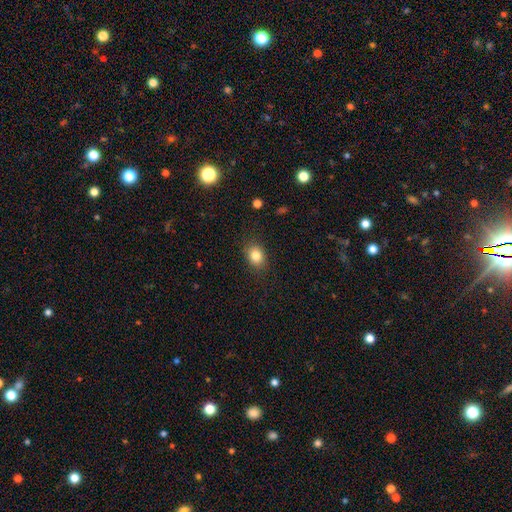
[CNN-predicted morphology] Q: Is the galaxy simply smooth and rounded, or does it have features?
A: smooth — 83%.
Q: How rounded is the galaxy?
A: in between — 58%.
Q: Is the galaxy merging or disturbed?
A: none — 85%.